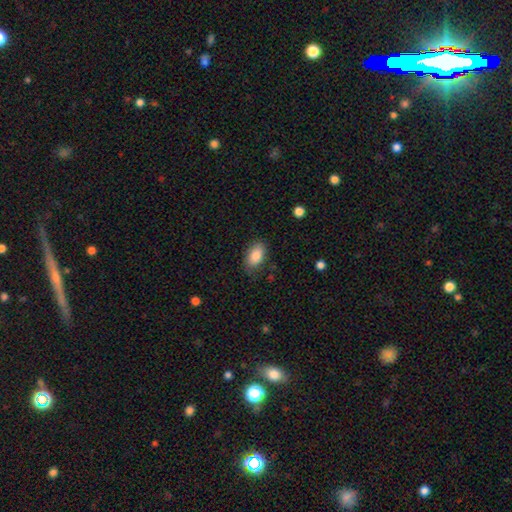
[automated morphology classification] Q: Smooth or featured?
A: smooth (85%); runner-up: featured or disk (8%)
Q: How rounded?
A: in between (92%); runner-up: round (6%)
Q: Merging?
A: none (79%); runner-up: minor disturbance (16%)